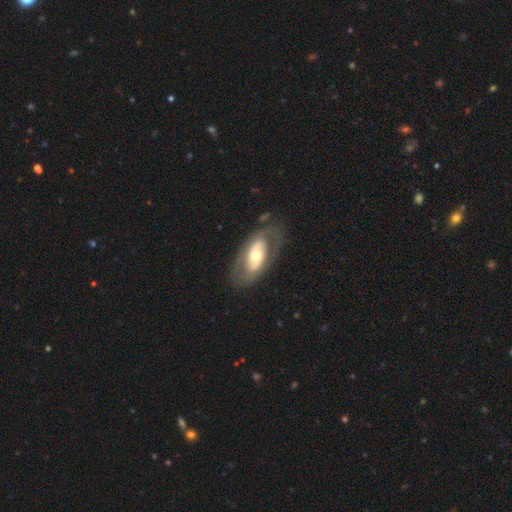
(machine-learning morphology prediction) Smooth or featured: featured or disk — 59% (smooth — 35%)
Edge-on disk: no — 89% (yes — 11%)
Bar: no — 70% (weak — 17%)
Spiral arms: no — 70% (yes — 30%)
Bulge size: moderate — 67% (small — 17%)
Merging: none — 73% (minor disturbance — 16%)